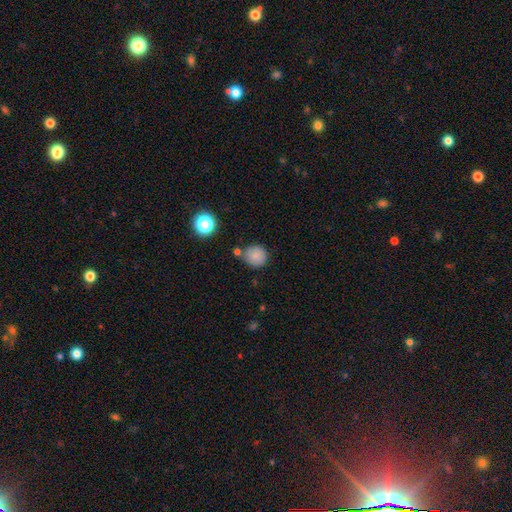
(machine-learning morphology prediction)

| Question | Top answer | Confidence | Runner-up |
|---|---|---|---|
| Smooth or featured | smooth | 82% | star or artifact (11%) |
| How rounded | round | 88% | in between (11%) |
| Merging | none | 70% | minor disturbance (15%) |